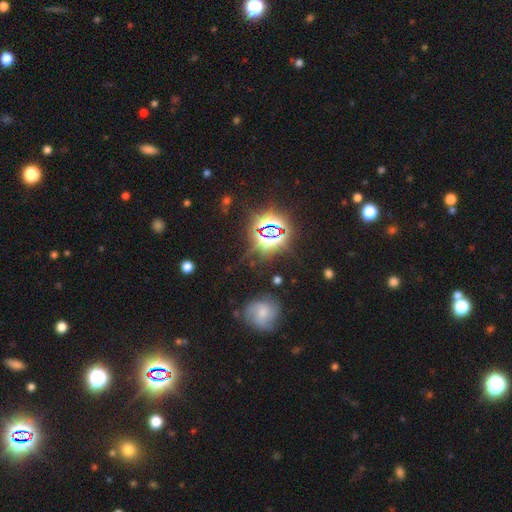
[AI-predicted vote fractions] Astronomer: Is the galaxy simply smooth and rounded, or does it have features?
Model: star or artifact — 72%.